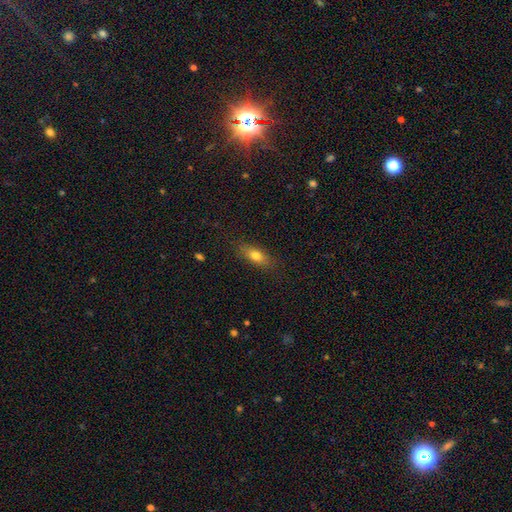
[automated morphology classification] This is likely a smooth galaxy (75%). How rounded: likely in between (72%). Merging: clearly none (83%).